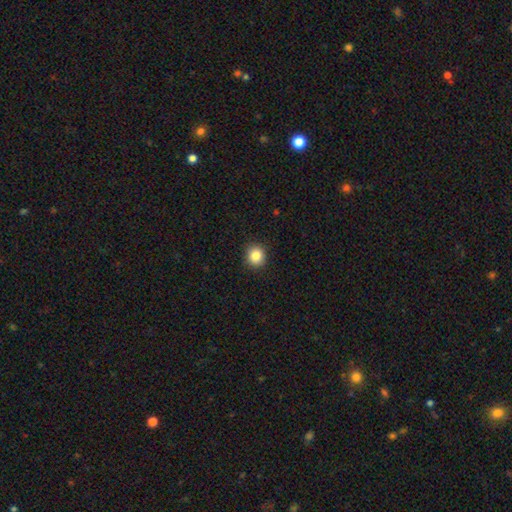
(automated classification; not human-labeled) This appears to be a smooth galaxy with no disk features (85%) that is round (88%). Merging: none (91%).